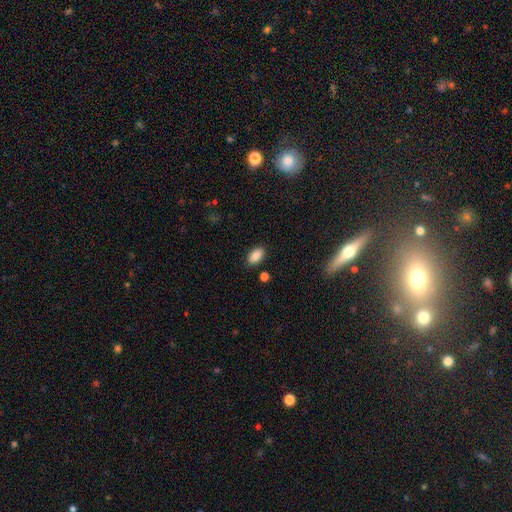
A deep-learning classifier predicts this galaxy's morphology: Overall: smooth (87%). How rounded: in between (93%). Merging: none (86%).